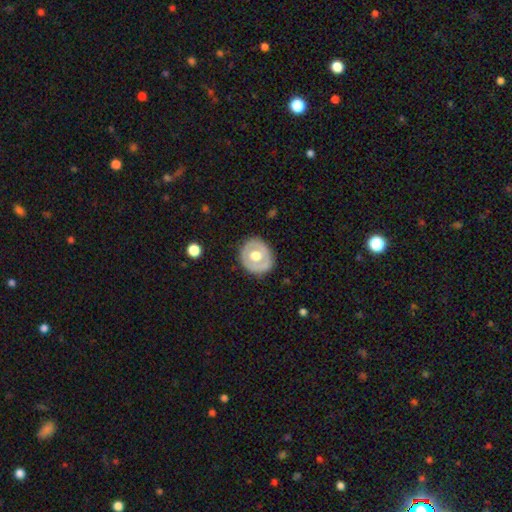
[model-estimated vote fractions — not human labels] A featured or disk galaxy (48%). Merging: none (84%).